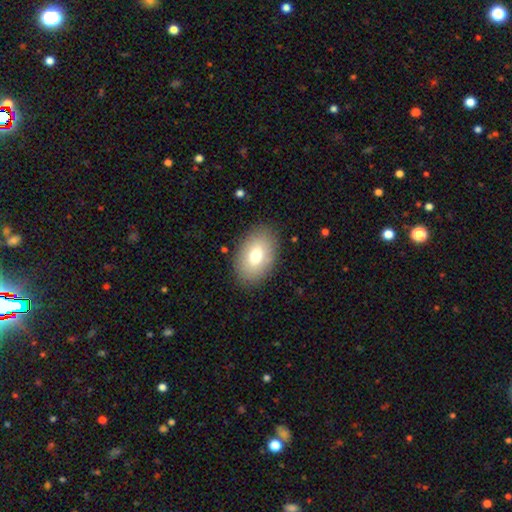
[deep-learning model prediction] Smooth or featured?
  - smooth: 74% *
  - featured or disk: 18%
  - star or artifact: 8%
How rounded?
  - in between: 87% *
  - round: 12%
  - cigar-shaped: 1%
Merging?
  - none: 86% *
  - minor disturbance: 10%
  - major disturbance: 3%
  - merger: 1%